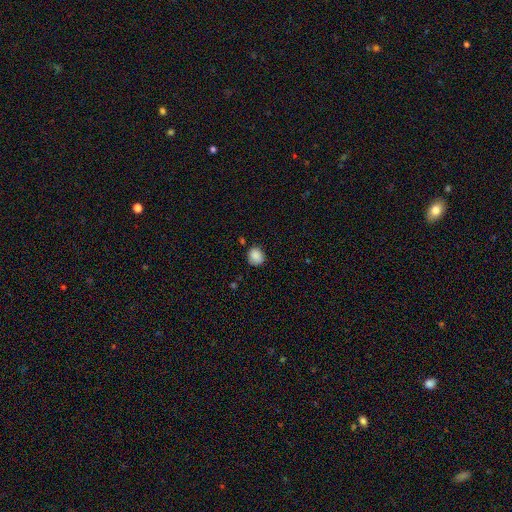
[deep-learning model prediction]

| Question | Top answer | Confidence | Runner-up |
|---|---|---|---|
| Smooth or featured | smooth | 87% | star or artifact (9%) |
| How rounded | round | 79% | in between (20%) |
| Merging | none | 76% | minor disturbance (18%) |